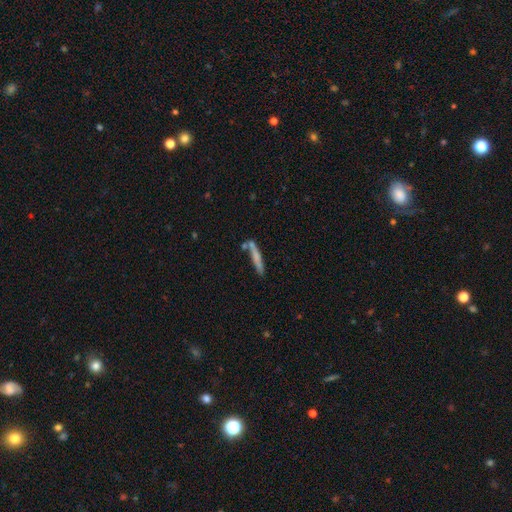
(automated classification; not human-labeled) Smooth or featured?
  - smooth: 63% *
  - featured or disk: 30%
  - star or artifact: 8%
How rounded?
  - cigar-shaped: 94% *
  - in between: 5%
  - round: 2%
Merging?
  - none: 69% *
  - minor disturbance: 14%
  - merger: 12%
  - major disturbance: 4%